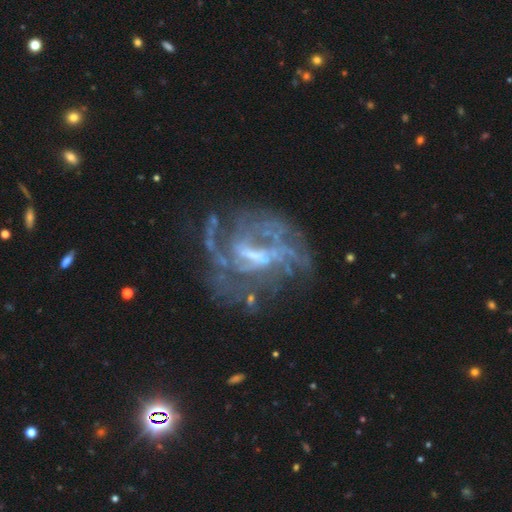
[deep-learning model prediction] Smooth or featured?
  - featured or disk: 86% *
  - star or artifact: 9%
  - smooth: 6%
Edge-on disk?
  - no: 97% *
  - yes: 3%
Bar?
  - weak: 47% *
  - strong: 34%
  - no: 19%
Spiral arms?
  - yes: 87% *
  - no: 13%
Spiral winding?
  - medium: 42% *
  - tight: 36%
  - loose: 23%
Spiral arm count?
  - can't tell: 37% *
  - 2: 18%
  - 3: 18%
  - 4: 12%
  - 1: 8%
  - more than 4: 8%
Bulge size?
  - small: 38% *
  - none: 30%
  - moderate: 27%
  - large: 4%
  - dominant: 1%
Merging?
  - none: 54% *
  - major disturbance: 25%
  - minor disturbance: 17%
  - merger: 4%